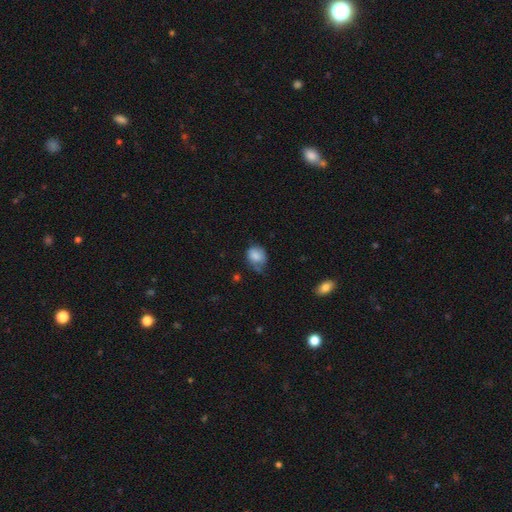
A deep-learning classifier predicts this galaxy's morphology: smooth_or_featured: smooth (p=0.80) [alt: featured or disk p=0.12]
how_rounded: round (p=0.55) [alt: in between p=0.44]
merging: none (p=0.46) [alt: minor disturbance p=0.38]